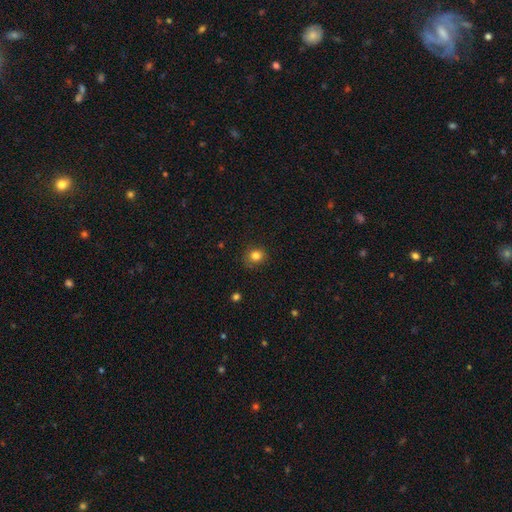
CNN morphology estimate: Smooth or featured? smooth (81%)
How rounded? round (80%)
Merging? none (82%)